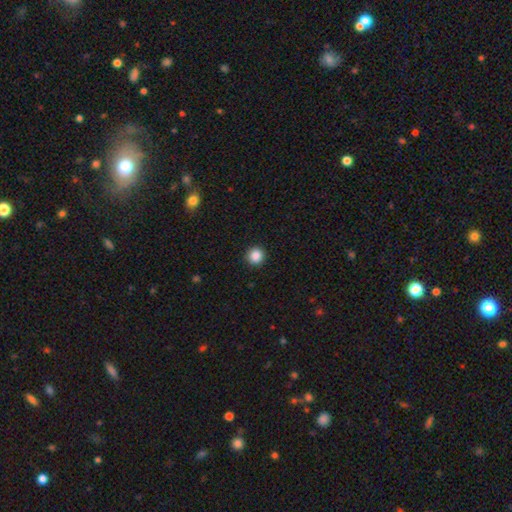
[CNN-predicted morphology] A smooth galaxy with no disk features (87%) that is round (94%). Merging: none (92%).